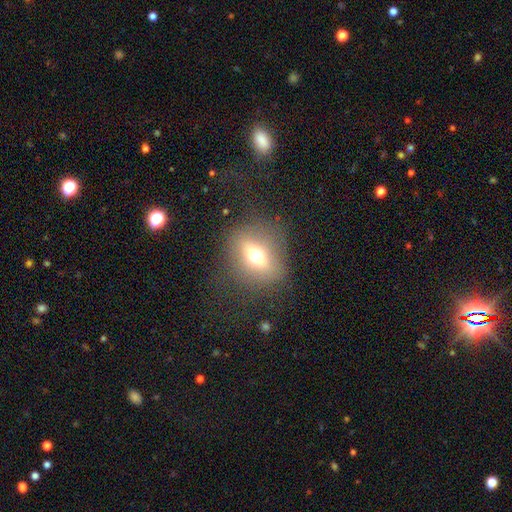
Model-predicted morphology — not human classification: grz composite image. It shows a smooth galaxy with no disk features (57%) that is round (63%). Merging: none (78%).